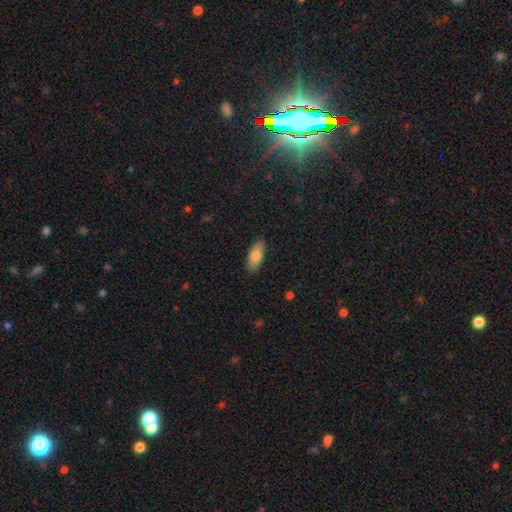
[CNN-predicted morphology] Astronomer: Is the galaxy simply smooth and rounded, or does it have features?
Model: smooth — 79%.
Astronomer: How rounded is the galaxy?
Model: in between — 84%.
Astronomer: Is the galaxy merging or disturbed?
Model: none — 87%.